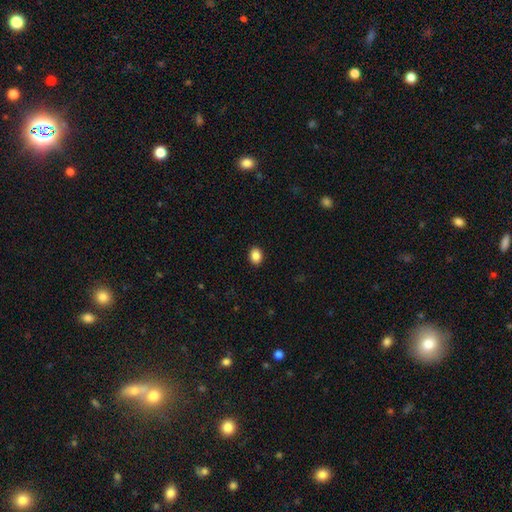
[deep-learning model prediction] This appears to be a smooth galaxy with no disk features (87%) that is in between round and cigar-shaped (54%). Merging: none (91%).